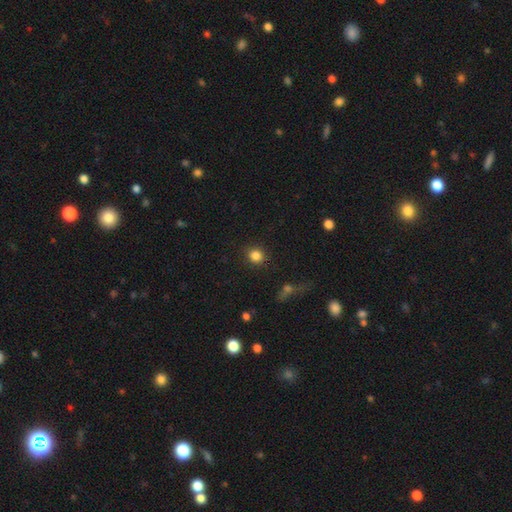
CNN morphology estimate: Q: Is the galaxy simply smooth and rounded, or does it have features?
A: smooth — 85%.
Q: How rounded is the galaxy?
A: round — 87%.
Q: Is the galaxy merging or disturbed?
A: none — 89%.